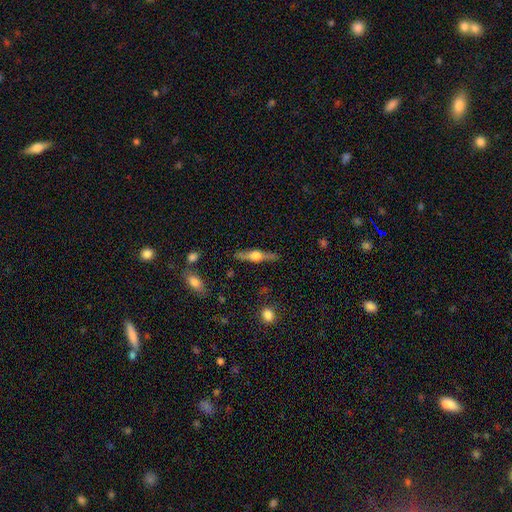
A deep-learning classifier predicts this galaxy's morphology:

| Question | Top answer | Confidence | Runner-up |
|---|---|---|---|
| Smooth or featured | featured or disk | 70% | smooth (25%) |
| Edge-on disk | yes | 96% | no (4%) |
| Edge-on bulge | rounded | 91% | boxy (6%) |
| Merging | none | 85% | minor disturbance (10%) |